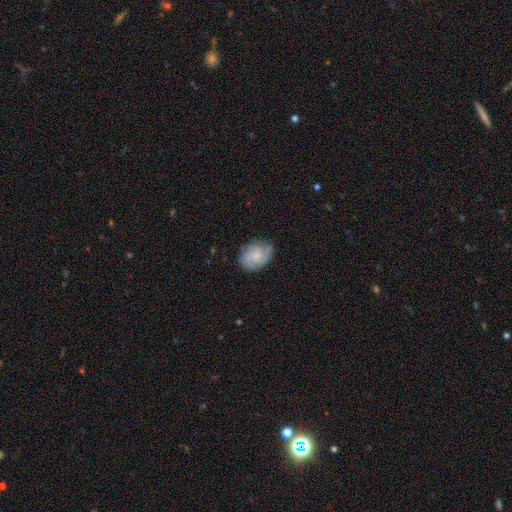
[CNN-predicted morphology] type=featured or disk (54%); edge-on=no (97%); bar=no (65%); spiral arms=yes (88%); bulge=small (40%); merging=none (69%).